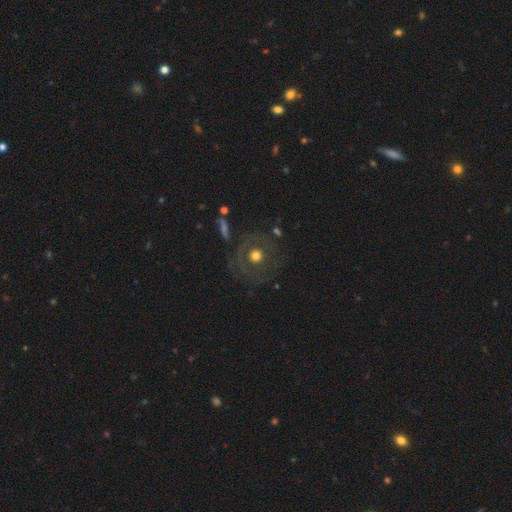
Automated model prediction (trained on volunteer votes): A smooth galaxy with no disk features (45%). Merging: none (76%).